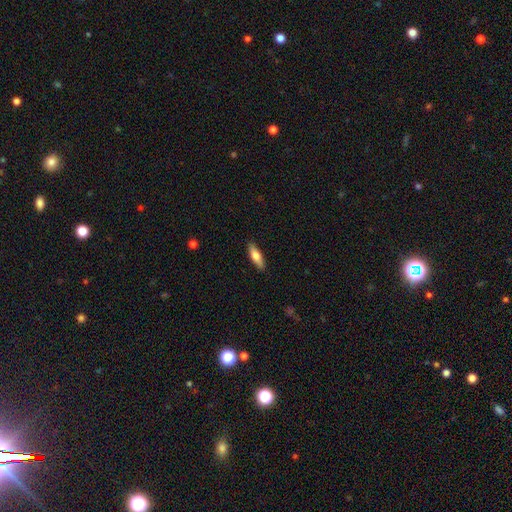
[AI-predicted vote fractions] smooth 73%, featured or disk 21%, star or artifact 6%. Down the decision tree: how rounded — in between (51%); merging — none (88%).